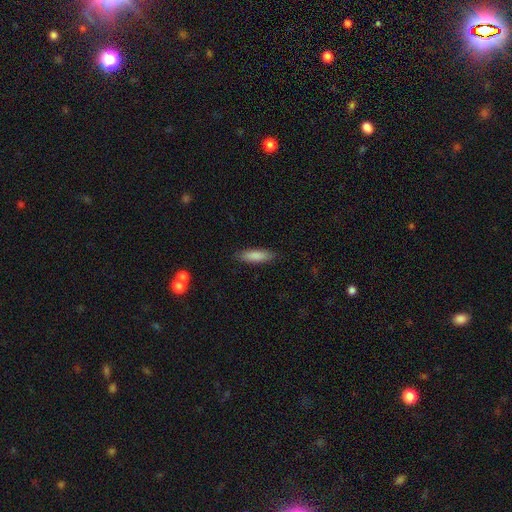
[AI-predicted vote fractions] Morphology: type=smooth (86%); roundness=cigar-shaped (57%); merging=none (88%).